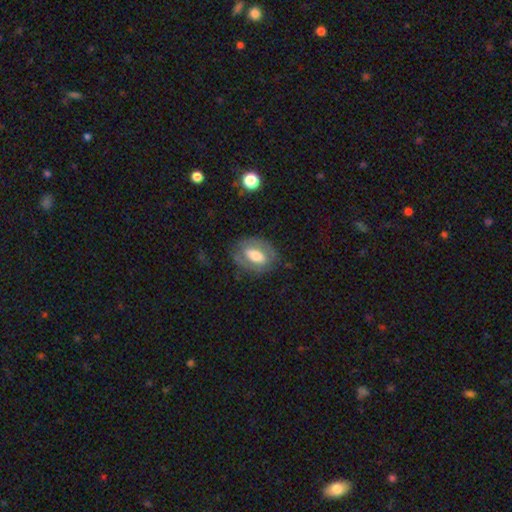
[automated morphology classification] smooth_or_featured: featured or disk (p=0.49) [alt: smooth p=0.44]
merging: none (p=0.71) [alt: minor disturbance p=0.18]